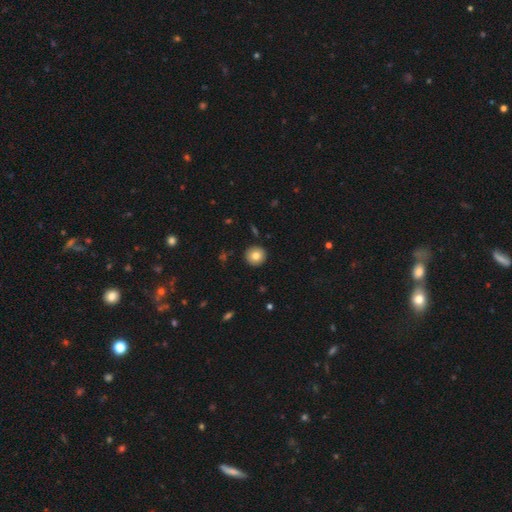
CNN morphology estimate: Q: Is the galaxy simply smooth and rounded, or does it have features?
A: smooth — 80%.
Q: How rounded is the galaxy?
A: round — 94%.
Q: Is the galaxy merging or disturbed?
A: none — 92%.